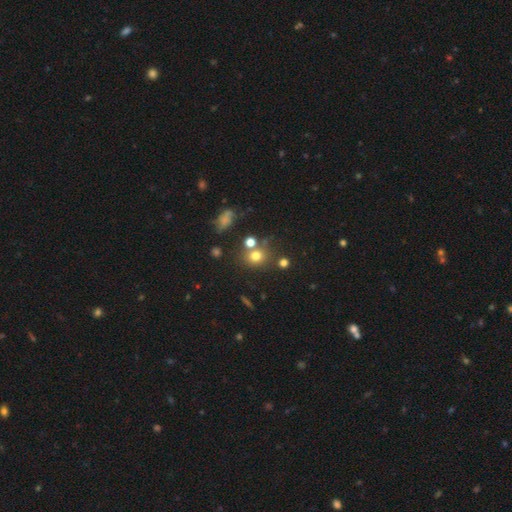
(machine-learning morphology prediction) The model was most divided on "merging": none: 63%, merger: 19%, minor disturbance: 12%, major disturbance: 6%. More confident: how rounded — round (76%); smooth or featured — smooth (72%).